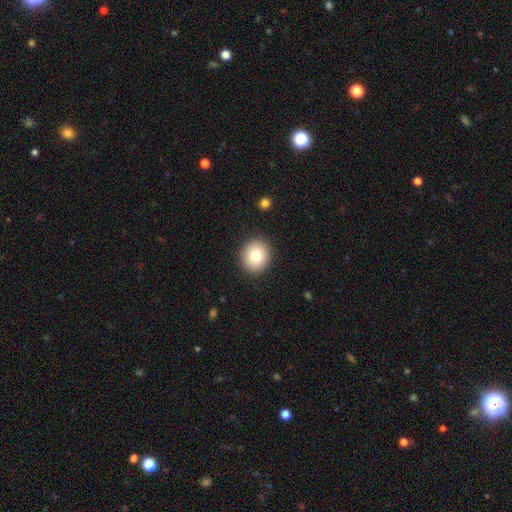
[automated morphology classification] smooth_or_featured: smooth (p=0.80) [alt: featured or disk p=0.11]
how_rounded: round (p=0.84) [alt: in between p=0.16]
merging: none (p=0.91) [alt: minor disturbance p=0.06]